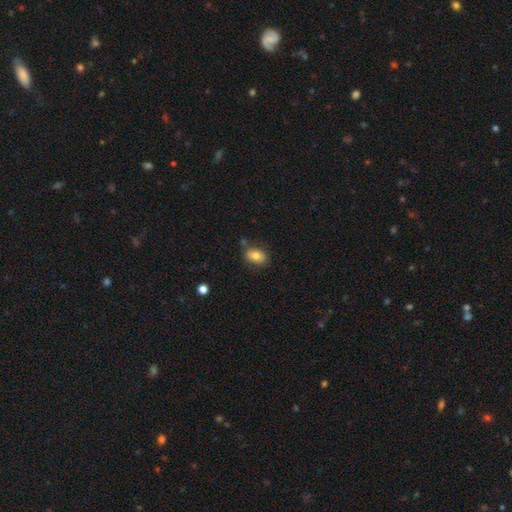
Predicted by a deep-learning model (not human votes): Smooth or featured: smooth — 81% (featured or disk — 11%)
How rounded: in between — 85% (round — 13%)
Merging: none — 74% (minor disturbance — 16%)